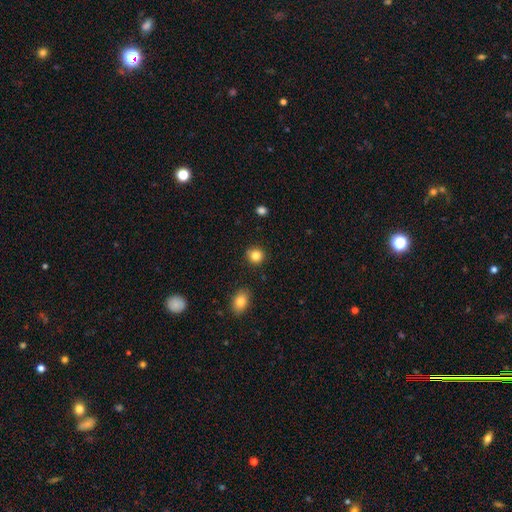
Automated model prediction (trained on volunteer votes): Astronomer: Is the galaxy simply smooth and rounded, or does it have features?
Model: smooth — 84%.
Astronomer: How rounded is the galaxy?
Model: round — 86%.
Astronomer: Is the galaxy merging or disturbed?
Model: none — 88%.